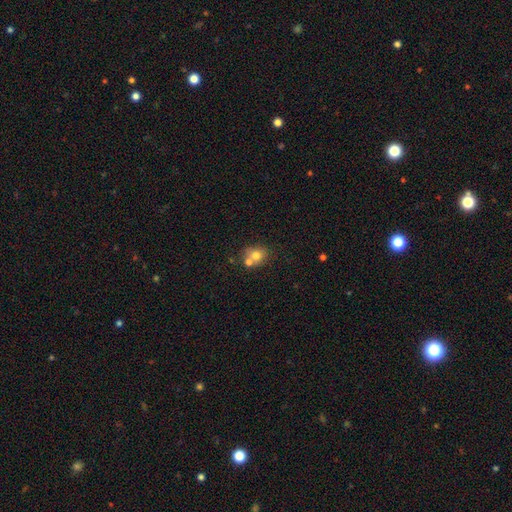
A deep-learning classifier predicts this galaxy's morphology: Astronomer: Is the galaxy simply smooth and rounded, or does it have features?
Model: smooth — 73%.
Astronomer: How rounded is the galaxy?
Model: round — 70%.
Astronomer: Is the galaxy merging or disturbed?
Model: none — 47% (runner-up: merger, 39%).